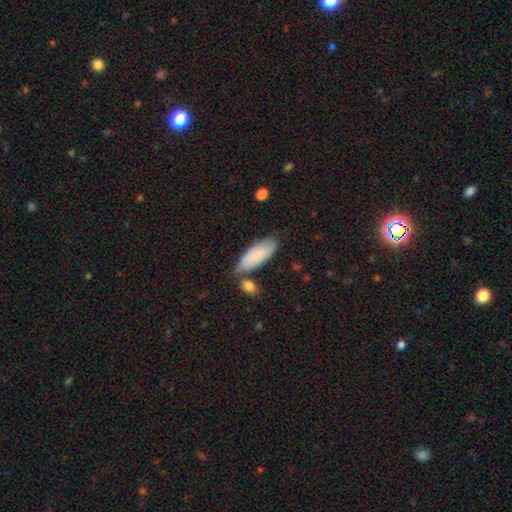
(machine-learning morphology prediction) This appears to be a smooth galaxy with no disk features (78%) that is in between round and cigar-shaped (75%). Merging: none (65%).